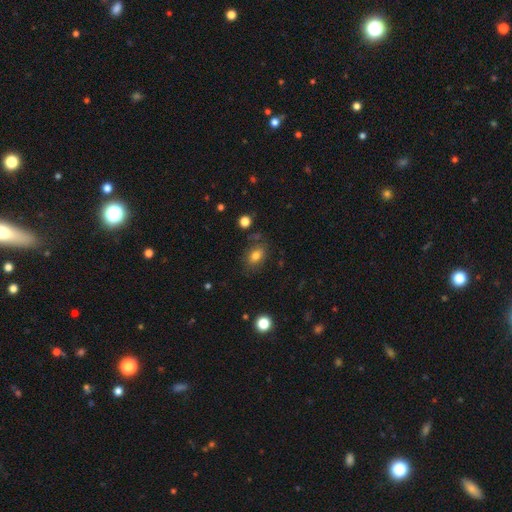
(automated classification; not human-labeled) A smooth galaxy with no disk features (77%) that is in between round and cigar-shaped (80%).

Vote fractions:
- Smooth or featured? smooth: 77% / featured or disk: 12% / star or artifact: 11%
- How rounded? in between: 80% / round: 19% / cigar-shaped: 2%
- Merging? none: 76% / minor disturbance: 16% / major disturbance: 5% / merger: 3%